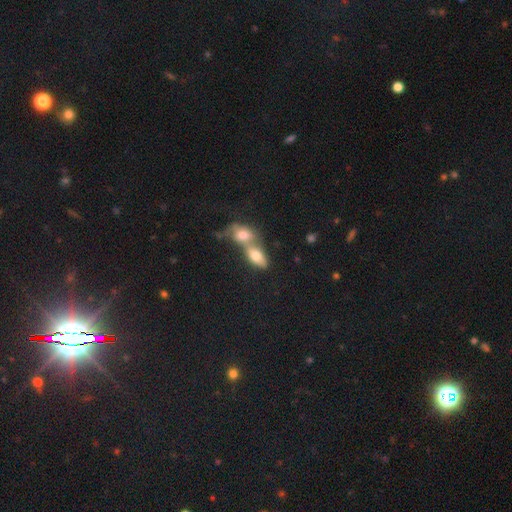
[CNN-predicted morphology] Smooth or featured: smooth — 71% (featured or disk — 20%)
How rounded: in between — 86% (round — 7%)
Merging: merger — 72% (none — 18%)